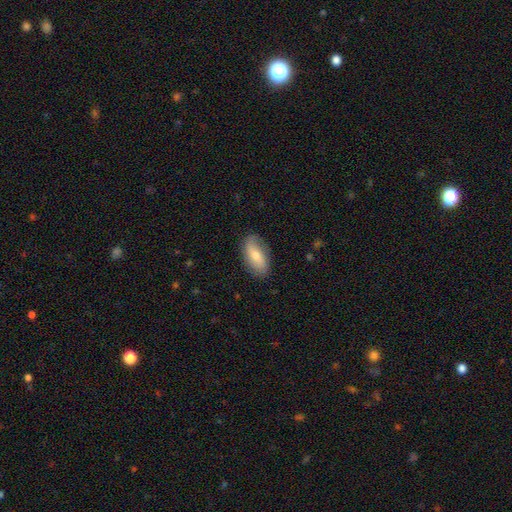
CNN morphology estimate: Smooth or featured: smooth — 56% (featured or disk — 38%)
How rounded: in between — 89% (cigar-shaped — 7%)
Merging: none — 81% (minor disturbance — 15%)